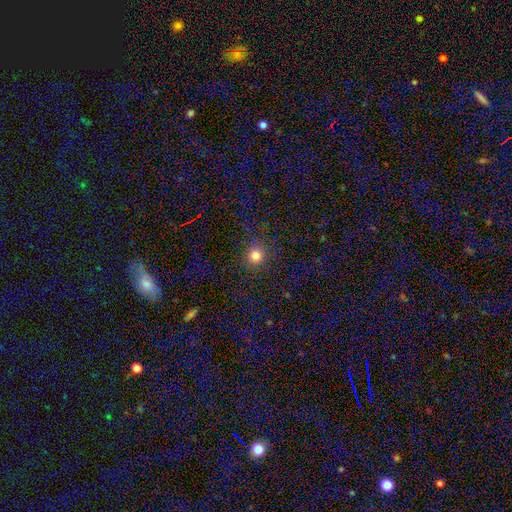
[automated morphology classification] This is likely a smooth galaxy (77%). How rounded: clearly round (90%). Merging: clearly none (87%).